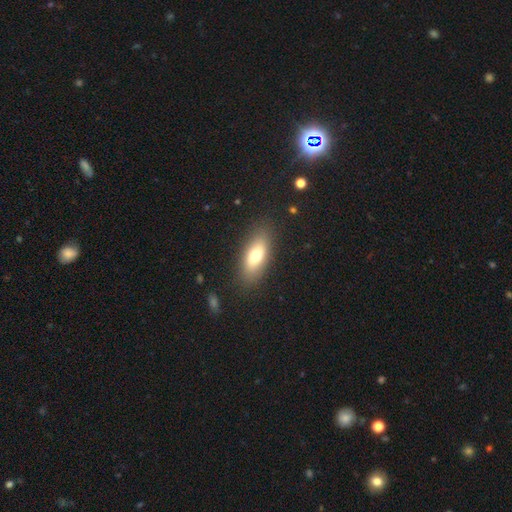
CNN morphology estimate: smooth_or_featured: smooth (p=0.73) [alt: featured or disk p=0.20]
how_rounded: in between (p=0.79) [alt: cigar-shaped p=0.18]
merging: none (p=0.85) [alt: minor disturbance p=0.10]